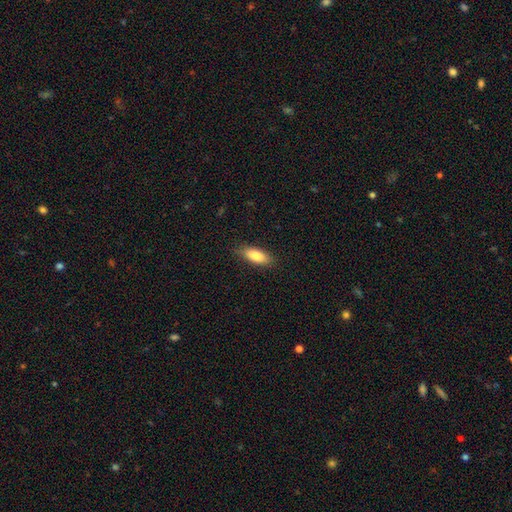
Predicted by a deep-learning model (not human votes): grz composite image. It shows a smooth galaxy with no disk features (84%) that is in between round and cigar-shaped (72%). Merging: none (84%).